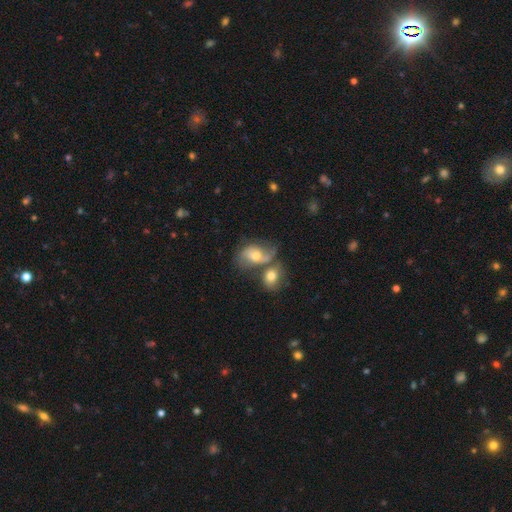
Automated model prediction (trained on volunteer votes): Smooth or featured: featured or disk — 51% (smooth — 39%)
Edge-on disk: no — 96% (yes — 4%)
Merging: merger — 47% (none — 30%)